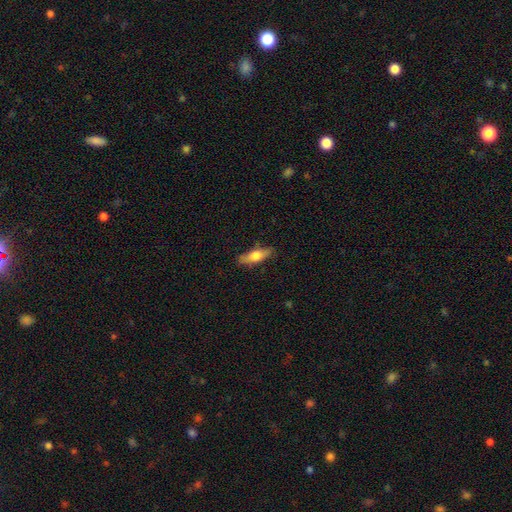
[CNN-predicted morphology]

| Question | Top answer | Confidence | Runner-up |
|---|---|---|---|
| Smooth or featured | smooth | 64% | featured or disk (30%) |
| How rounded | in between | 53% | cigar-shaped (44%) |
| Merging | none | 83% | minor disturbance (13%) |